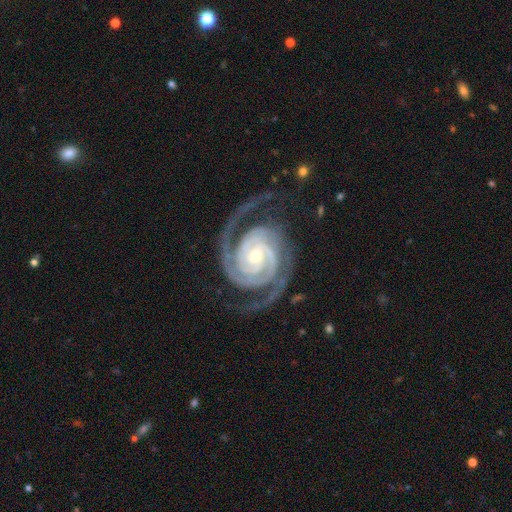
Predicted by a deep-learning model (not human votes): smooth-or-featured: featured or disk: 94% | star or artifact: 3% | smooth: 2%
  disk-edge-on: no: 98% | yes: 2%
    bar: no: 57% | weak: 26% | strong: 17%
    has-spiral-arms: yes: 99% | no: 1%
      spiral-winding: tight: 72% | medium: 25% | loose: 4%
      spiral-arm-count: 2: 77% | 3: 11% | can't tell: 4% | 4: 3% | 1: 3% | more than 4: 3%
    bulge-size: small: 63% | moderate: 33% | large: 2% | none: 1% | dominant: 1%
  merging: none: 74% | minor disturbance: 14% | major disturbance: 10% | merger: 2%